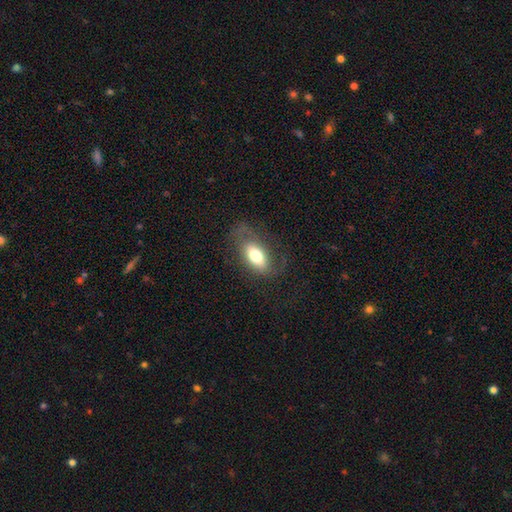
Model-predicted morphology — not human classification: smooth-or-featured: smooth: 63% | featured or disk: 30% | star or artifact: 7%
  how-rounded: in between: 87% | cigar-shaped: 8% | round: 5%
  merging: none: 63% | minor disturbance: 20% | major disturbance: 15% | merger: 1%